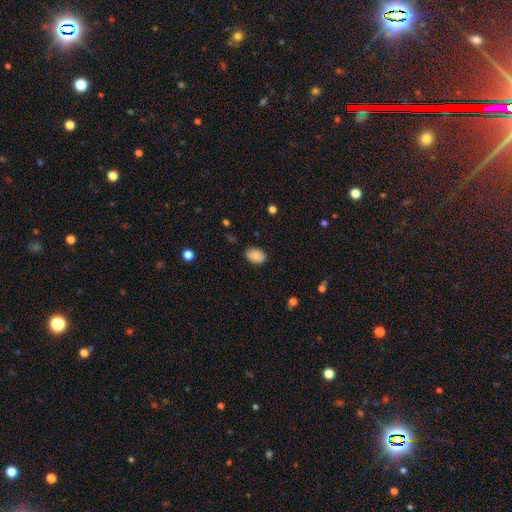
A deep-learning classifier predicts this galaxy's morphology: The model was most divided on "how rounded": in between: 86%, round: 13%, cigar-shaped: 1%. More confident: smooth or featured — smooth (86%); merging — none (85%).